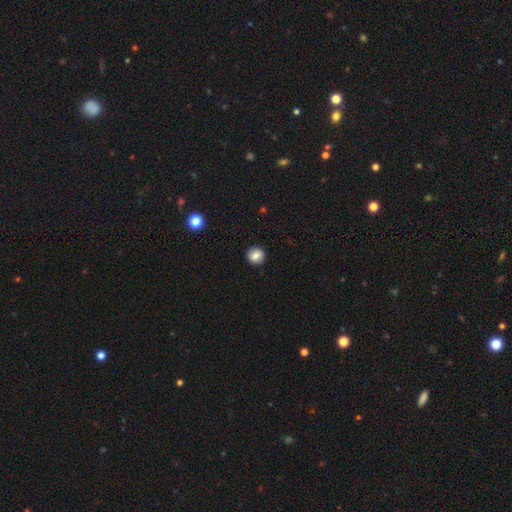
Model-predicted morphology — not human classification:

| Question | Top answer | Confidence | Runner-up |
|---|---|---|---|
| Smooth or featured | smooth | 82% | star or artifact (10%) |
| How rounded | round | 93% | in between (6%) |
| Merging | none | 92% | minor disturbance (5%) |